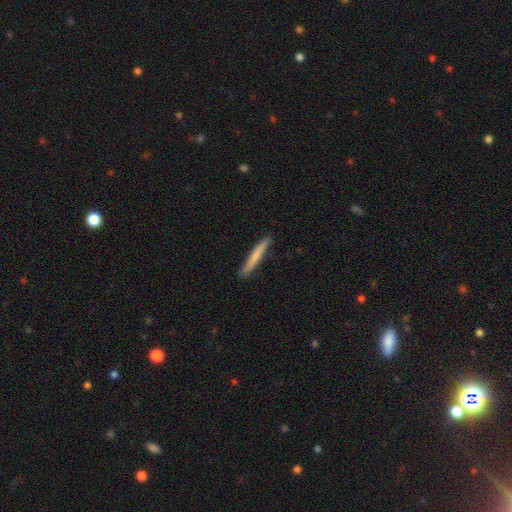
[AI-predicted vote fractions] Smooth or featured?
  - smooth: 67% *
  - featured or disk: 28%
  - star or artifact: 5%
How rounded?
  - cigar-shaped: 96% *
  - in between: 3%
  - round: 1%
Merging?
  - none: 90% *
  - minor disturbance: 8%
  - major disturbance: 1%
  - merger: 1%